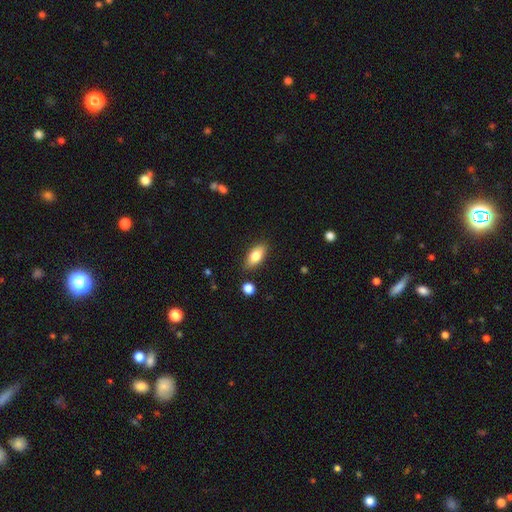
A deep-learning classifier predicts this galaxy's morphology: smooth-or-featured: smooth: 82% | featured or disk: 11% | star or artifact: 7%
  how-rounded: in between: 86% | cigar-shaped: 10% | round: 4%
  merging: none: 85% | minor disturbance: 10% | major disturbance: 2% | merger: 2%